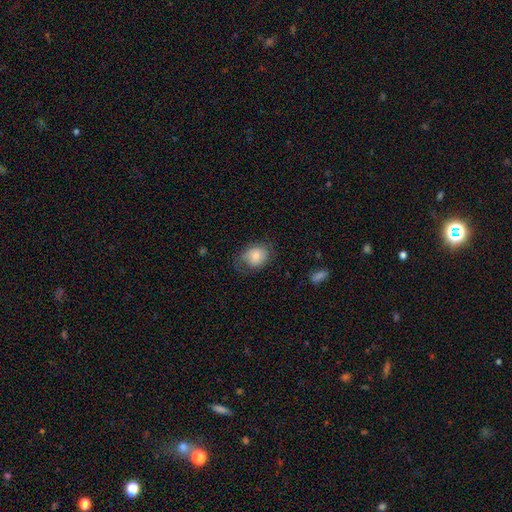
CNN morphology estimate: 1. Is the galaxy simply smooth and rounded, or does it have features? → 71% smooth, 21% featured or disk, 8% star or artifact.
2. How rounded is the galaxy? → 53% in between, 46% round, 1% cigar-shaped.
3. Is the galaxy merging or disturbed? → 55% none, 27% minor disturbance, 16% major disturbance, 1% merger.